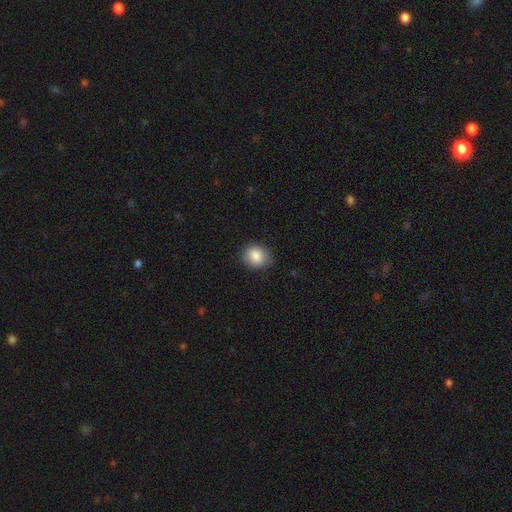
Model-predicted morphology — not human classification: Overall: smooth (86%). How rounded: round (67%; in between 32%). Merging: none (84%).